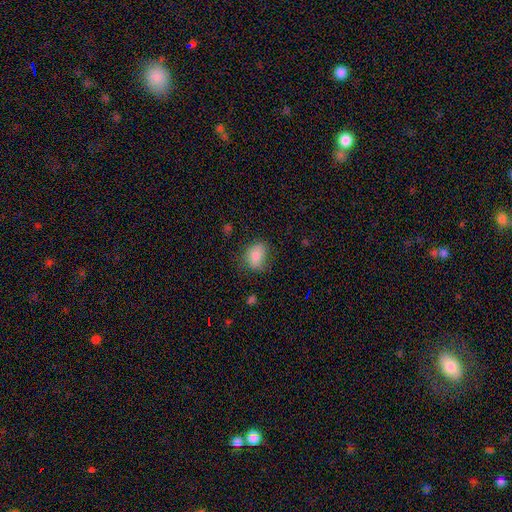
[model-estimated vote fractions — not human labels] Smooth or featured?
  - smooth: 81% *
  - featured or disk: 10%
  - star or artifact: 9%
How rounded?
  - in between: 69% *
  - round: 29%
  - cigar-shaped: 1%
Merging?
  - none: 64% *
  - minor disturbance: 26%
  - major disturbance: 8%
  - merger: 2%